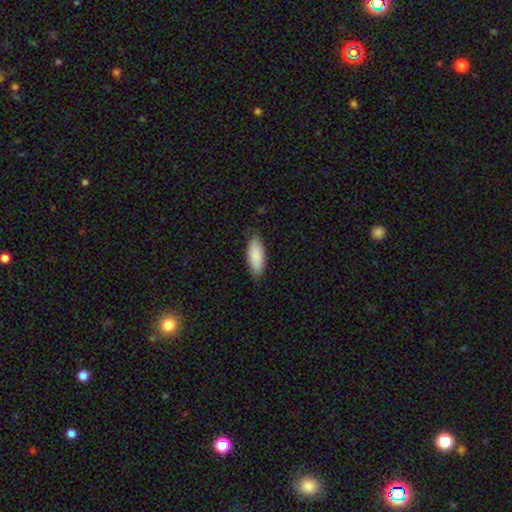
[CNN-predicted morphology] Overall: smooth (87%). How rounded: in between (79%). Merging: none (79%).